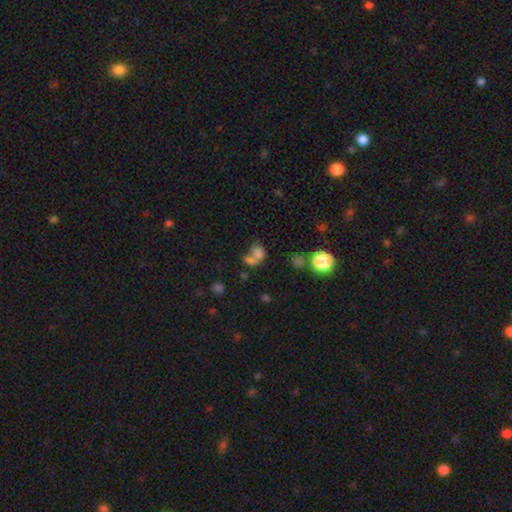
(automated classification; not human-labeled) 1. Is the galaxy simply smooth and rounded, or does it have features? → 70% smooth, 16% star or artifact, 14% featured or disk.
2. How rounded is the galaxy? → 54% in between, 44% round, 2% cigar-shaped.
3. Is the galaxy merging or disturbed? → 55% merger, 26% none, 9% minor disturbance, 9% major disturbance.